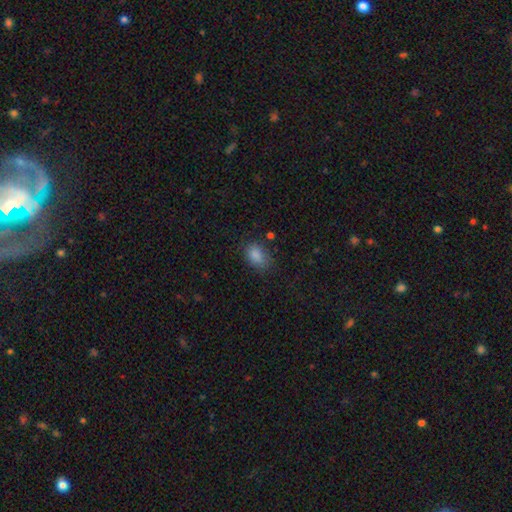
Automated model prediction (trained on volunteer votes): The model was most divided on "merging": none: 74%, minor disturbance: 19%, major disturbance: 5%, merger: 2%. More confident: smooth or featured — smooth (84%); how rounded — in between (83%).